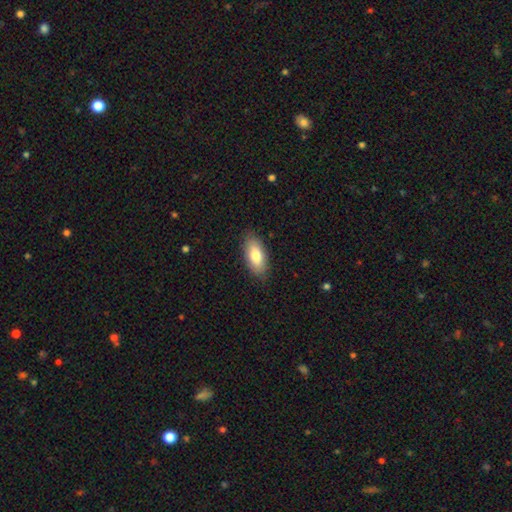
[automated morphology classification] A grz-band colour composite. It shows a smooth galaxy with no disk features (78%) that is in between round and cigar-shaped (87%). Merging: none (86%).